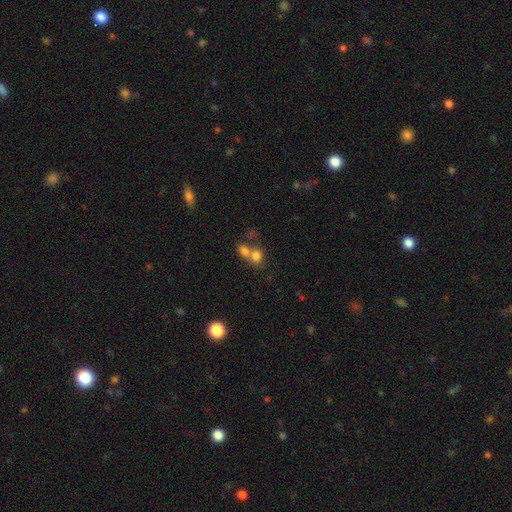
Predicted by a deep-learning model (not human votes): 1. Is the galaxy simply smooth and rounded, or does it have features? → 75% smooth, 13% featured or disk, 12% star or artifact.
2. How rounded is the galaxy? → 65% round, 33% in between, 1% cigar-shaped.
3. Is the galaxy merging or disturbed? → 61% merger, 29% none, 6% minor disturbance, 4% major disturbance.